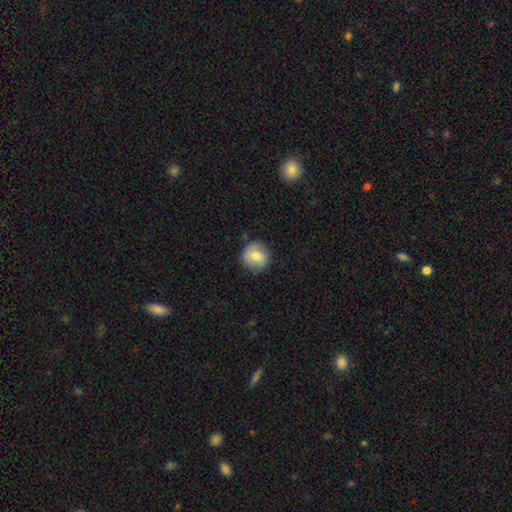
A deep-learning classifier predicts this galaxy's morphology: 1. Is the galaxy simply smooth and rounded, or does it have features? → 73% smooth, 19% featured or disk, 8% star or artifact.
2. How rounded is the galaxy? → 90% round, 9% in between, 1% cigar-shaped.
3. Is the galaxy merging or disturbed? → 79% none, 16% minor disturbance, 4% major disturbance, 1% merger.